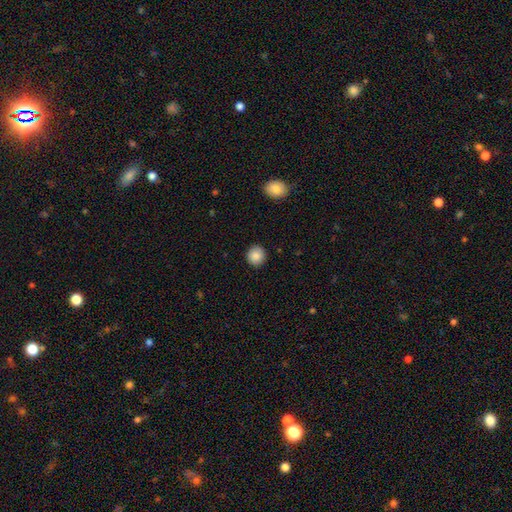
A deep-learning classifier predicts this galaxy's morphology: Q: Smooth or featured?
A: smooth (88%); runner-up: star or artifact (8%)
Q: How rounded?
A: round (92%); runner-up: in between (7%)
Q: Merging?
A: none (91%); runner-up: minor disturbance (6%)